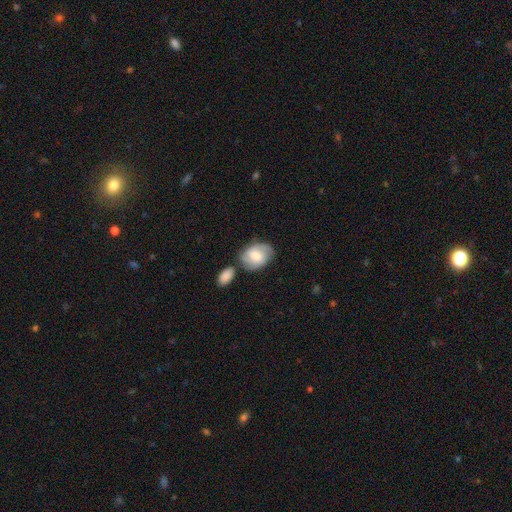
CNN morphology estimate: Overall: smooth (53%; featured or disk 40%). How rounded: in between (78%). Merging: none (57%; minor disturbance 19%).